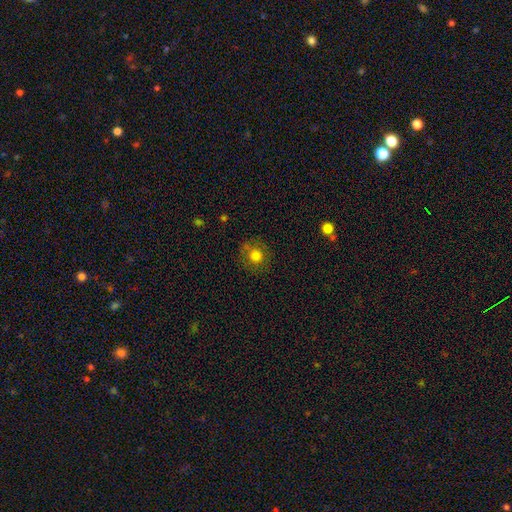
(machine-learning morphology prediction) type=smooth (76%); roundness=round (89%); merging=none (77%).